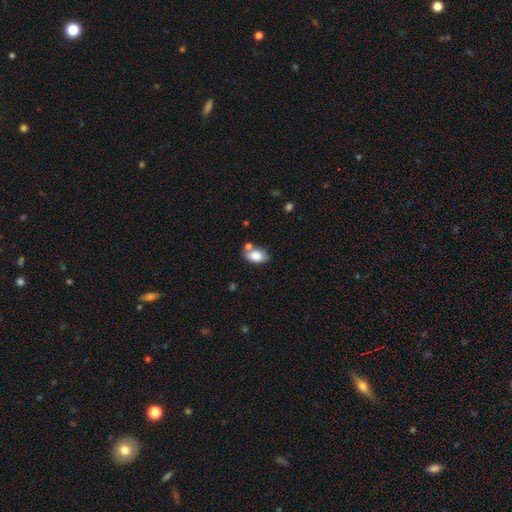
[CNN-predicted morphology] Smooth or featured: smooth — 83% (featured or disk — 9%)
How rounded: in between — 90% (round — 9%)
Merging: none — 58% (merger — 21%)